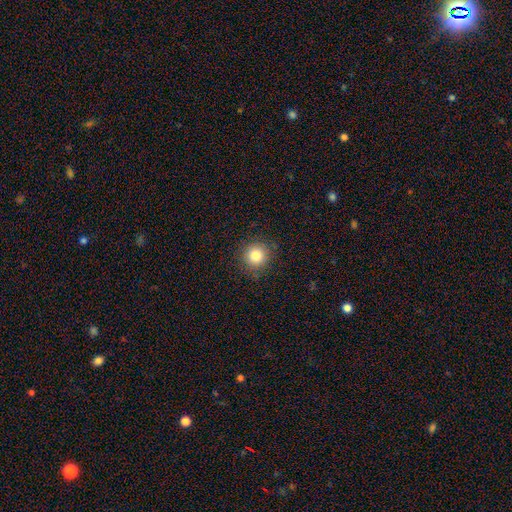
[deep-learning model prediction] smooth 83%, star or artifact 11%, featured or disk 6%. Down the decision tree: how rounded — round (91%); merging — none (88%).